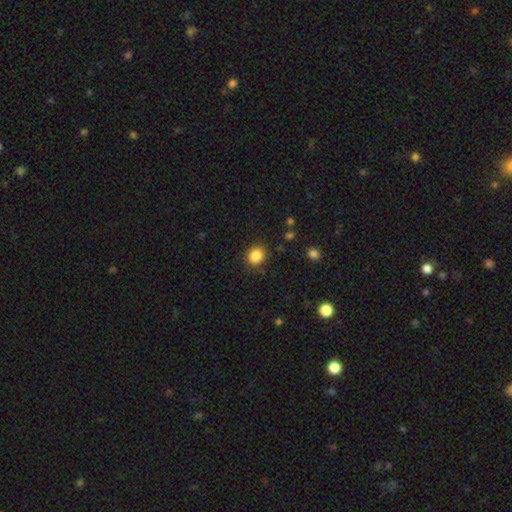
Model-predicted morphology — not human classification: smooth 85%, star or artifact 11%, featured or disk 4%. Down the decision tree: how rounded — round (64%); merging — none (79%).